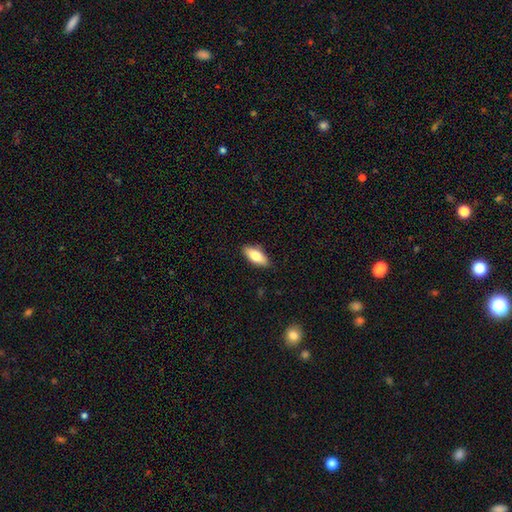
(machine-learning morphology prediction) This appears to be a smooth galaxy with no disk features (76%) that is in between round and cigar-shaped (82%). Merging: none (87%).